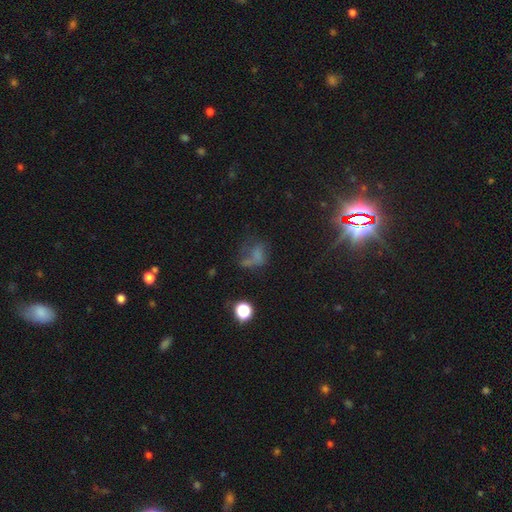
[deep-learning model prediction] A smooth galaxy with no disk features (46%). Merging: major disturbance (34%, tied with none).